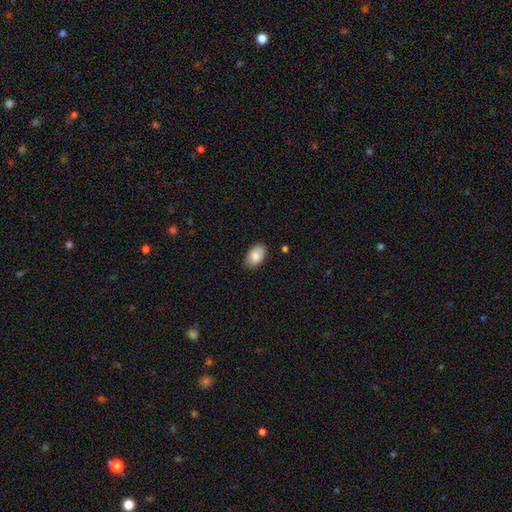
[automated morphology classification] A smooth galaxy with no disk features (86%) that is in between round and cigar-shaped (92%). Merging: none (84%).